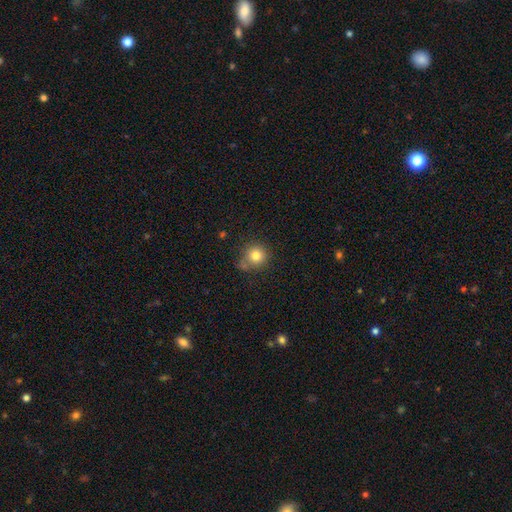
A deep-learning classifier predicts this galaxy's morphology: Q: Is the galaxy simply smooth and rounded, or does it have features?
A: smooth — 80%.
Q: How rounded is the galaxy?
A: round — 91%.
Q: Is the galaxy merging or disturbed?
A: none — 69%.